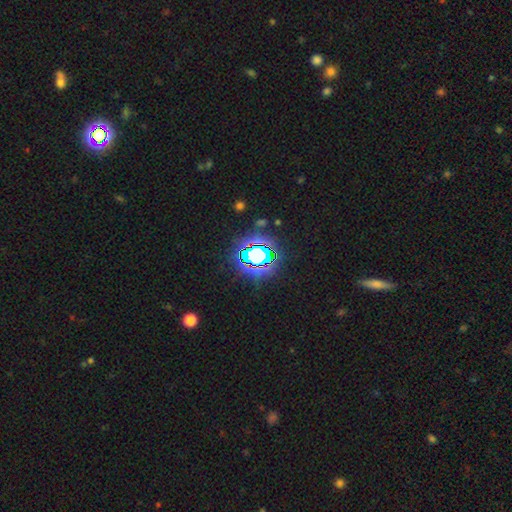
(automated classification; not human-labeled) A star or artifact, not a galaxy (67%).

Vote fractions:
- Smooth or featured? star or artifact: 67% / smooth: 20% / featured or disk: 13%